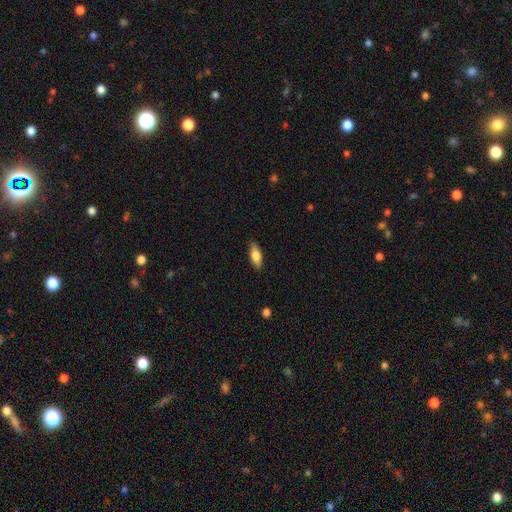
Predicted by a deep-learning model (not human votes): This is likely a smooth galaxy (74%). How rounded: likely in between (73%). Merging: clearly none (87%).